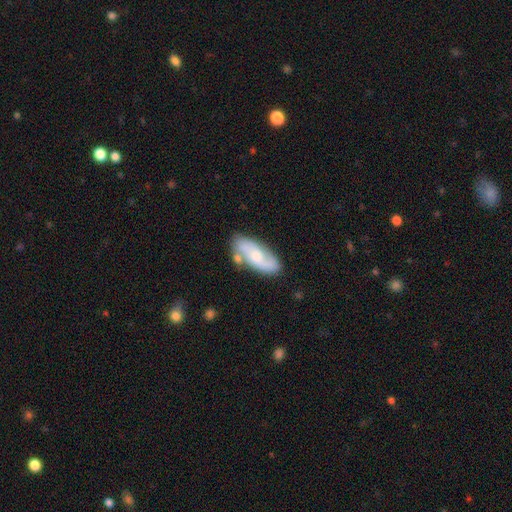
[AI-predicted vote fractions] Smooth or featured: featured or disk — 59% (smooth — 34%)
Edge-on disk: no — 90% (yes — 10%)
Bar: no — 57% (weak — 35%)
Spiral arms: yes — 89% (no — 11%)
Bulge size: moderate — 46% (small — 36%)
Merging: none — 70% (minor disturbance — 16%)